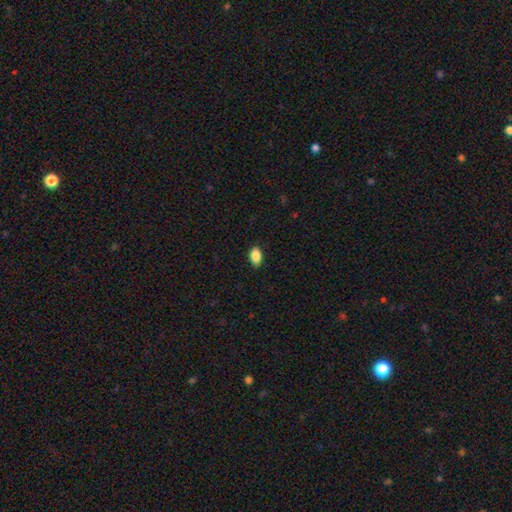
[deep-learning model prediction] Overall: smooth (88%). How rounded: in between (91%). Merging: none (87%).